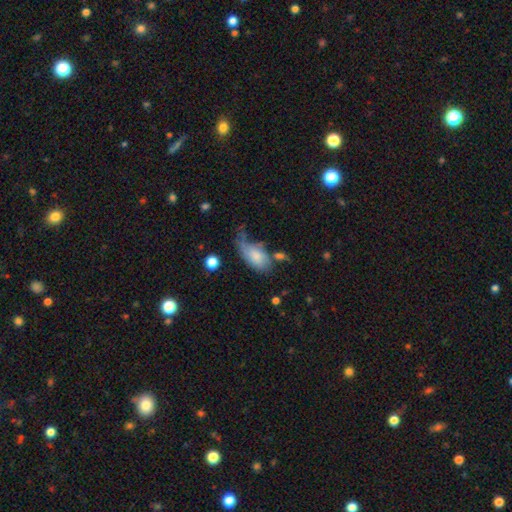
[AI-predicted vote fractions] smooth 70%, featured or disk 22%, star or artifact 8%. Down the decision tree: how rounded — in between (91%); merging — major disturbance (32%).